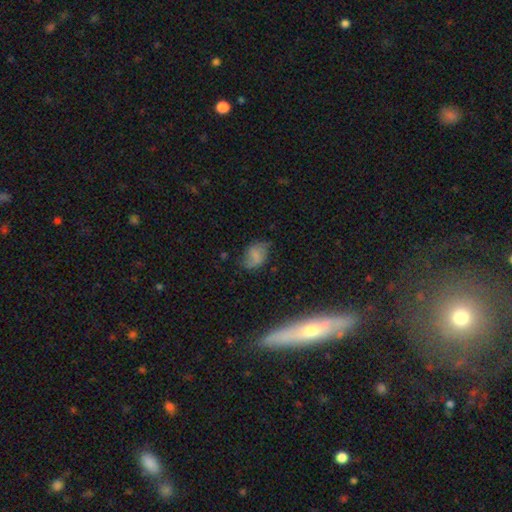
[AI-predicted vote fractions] Overall: smooth (53%; featured or disk 35%). How rounded: in between (76%). Merging: none (56%; minor disturbance 29%).